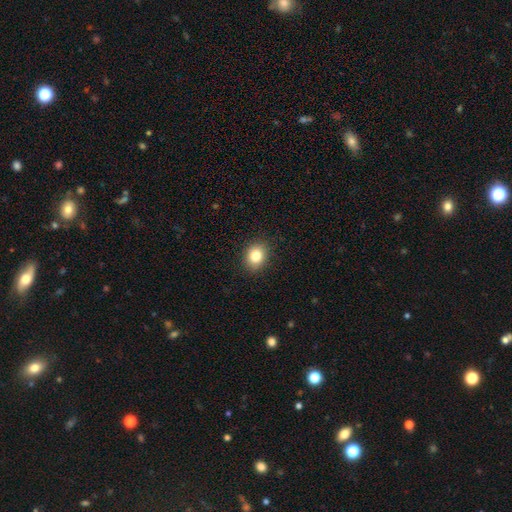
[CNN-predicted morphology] Overall: smooth (82%). How rounded: round (60%; in between 39%). Merging: none (89%).